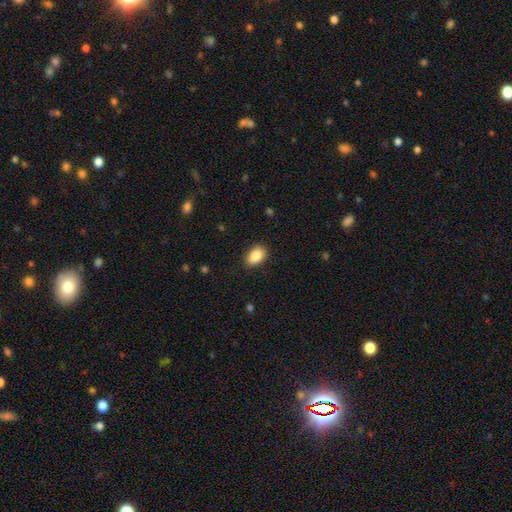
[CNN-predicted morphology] smooth_or_featured: smooth (p=0.88) [alt: star or artifact p=0.07]
how_rounded: in between (p=0.89) [alt: round p=0.09]
merging: none (p=0.87) [alt: minor disturbance p=0.10]